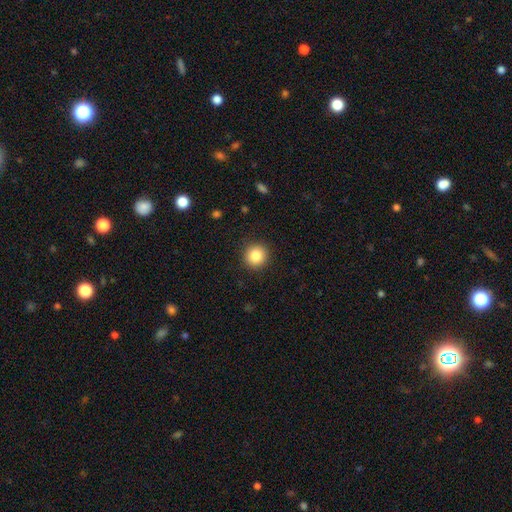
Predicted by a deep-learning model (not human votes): Morphology: type=smooth (85%); roundness=round (93%); merging=none (91%).